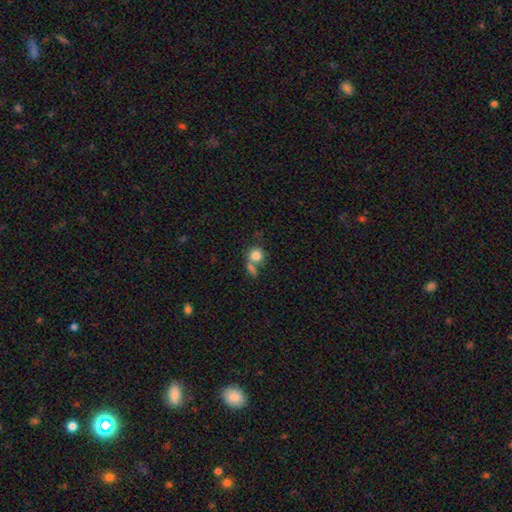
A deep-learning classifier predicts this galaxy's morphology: smooth-or-featured: smooth: 81% | featured or disk: 9% | star or artifact: 9%
  how-rounded: round: 81% | in between: 18% | cigar-shaped: 1%
  merging: none: 42% | merger: 41% | minor disturbance: 11% | major disturbance: 6%